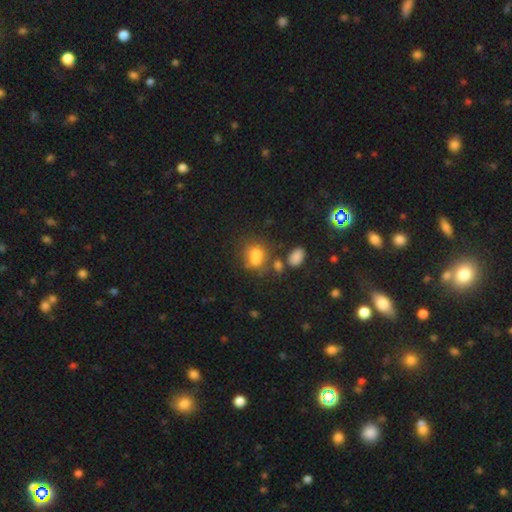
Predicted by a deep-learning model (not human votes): Smooth or featured: smooth — 64% (featured or disk — 19%)
How rounded: round — 55% (in between — 43%)
Merging: merger — 40% (none — 36%)